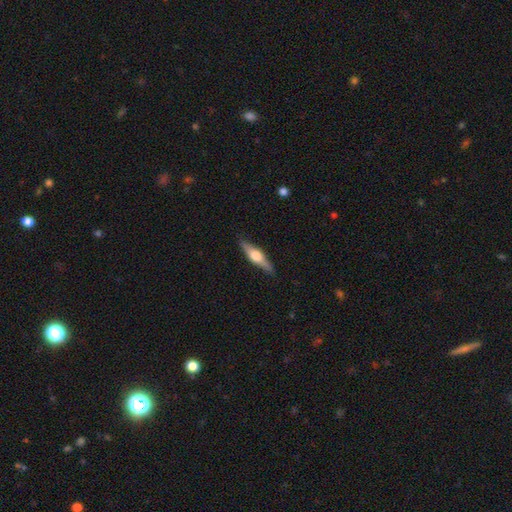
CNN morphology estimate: smooth-or-featured: featured or disk: 67% | smooth: 28% | star or artifact: 5%
  disk-edge-on: yes: 97% | no: 3%
    edge-on-bulge: rounded: 93% | boxy: 5% | none: 2%
  merging: none: 89% | minor disturbance: 8% | major disturbance: 2% | merger: 1%